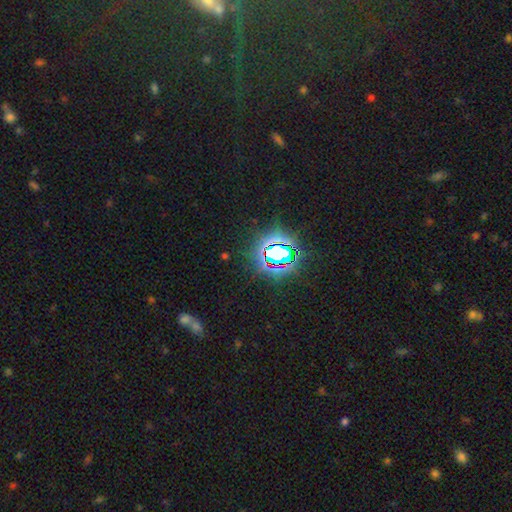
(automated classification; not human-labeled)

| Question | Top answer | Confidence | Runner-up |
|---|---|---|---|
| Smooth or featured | star or artifact | 78% | smooth (14%) |